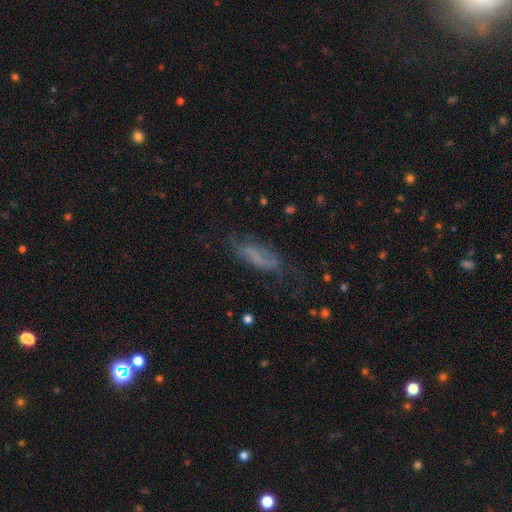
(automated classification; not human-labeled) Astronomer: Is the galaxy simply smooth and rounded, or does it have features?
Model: smooth — 45% (runner-up: featured or disk, 41%).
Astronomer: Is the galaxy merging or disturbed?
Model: none — 42% (runner-up: major disturbance, 28%).